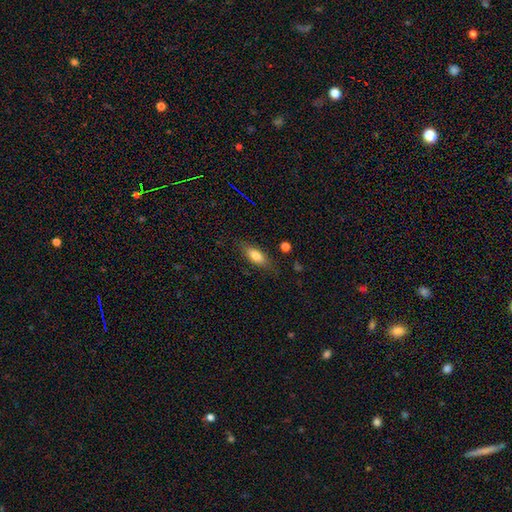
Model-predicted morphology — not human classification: This is likely a smooth galaxy (77%). How rounded: likely in between (72%). Merging: likely none (79%).